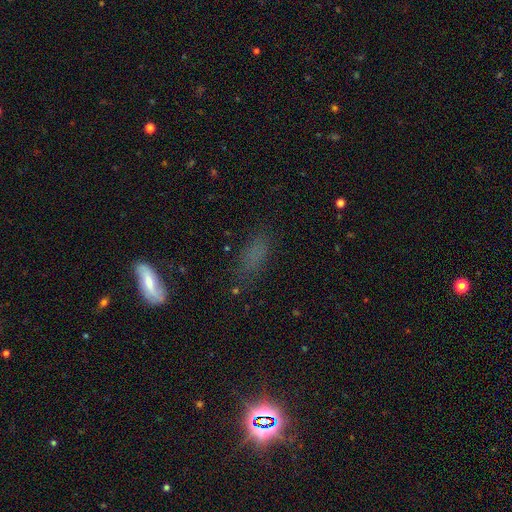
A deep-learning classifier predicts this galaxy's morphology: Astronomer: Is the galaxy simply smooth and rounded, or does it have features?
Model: smooth — 60%.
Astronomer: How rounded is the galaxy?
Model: in between — 65%.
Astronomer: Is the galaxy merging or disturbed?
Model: none — 70%.